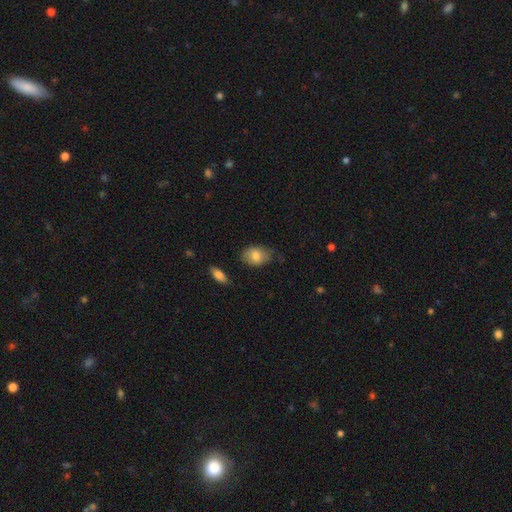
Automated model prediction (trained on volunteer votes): A smooth galaxy with no disk features (80%) that is in between round and cigar-shaped (80%).

Vote fractions:
- Smooth or featured? smooth: 80% / featured or disk: 13% / star or artifact: 7%
- How rounded? in between: 80% / round: 19% / cigar-shaped: 1%
- Merging? none: 65% / minor disturbance: 27% / major disturbance: 6% / merger: 2%